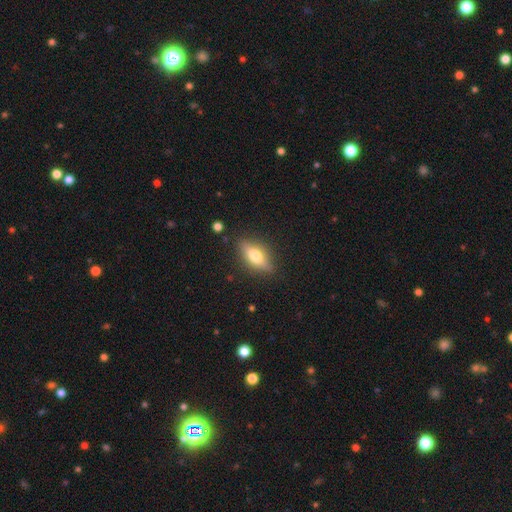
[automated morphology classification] Q: Smooth or featured?
A: smooth (55%); runner-up: featured or disk (37%)
Q: How rounded?
A: in between (71%); runner-up: cigar-shaped (24%)
Q: Merging?
A: none (83%); runner-up: minor disturbance (12%)